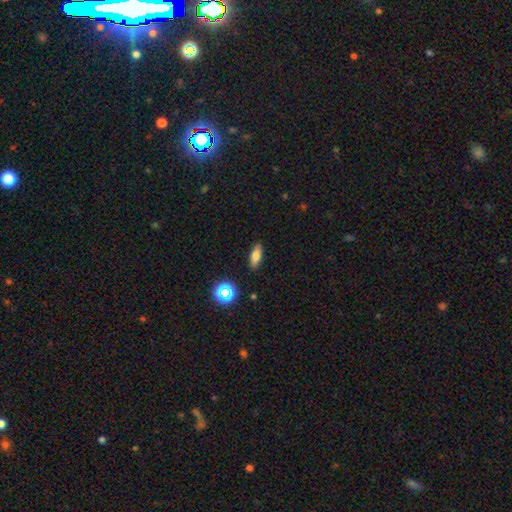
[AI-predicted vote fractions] This appears to be a smooth galaxy with no disk features (76%) that is in between round and cigar-shaped (68%). Merging: none (89%).